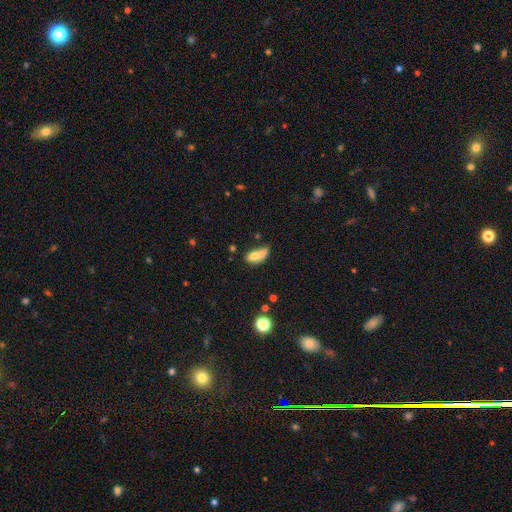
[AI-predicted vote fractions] Smooth or featured? Predicted: smooth (p=0.66). How rounded? Predicted: in between (p=0.77). Merging? Predicted: merger (p=0.41).